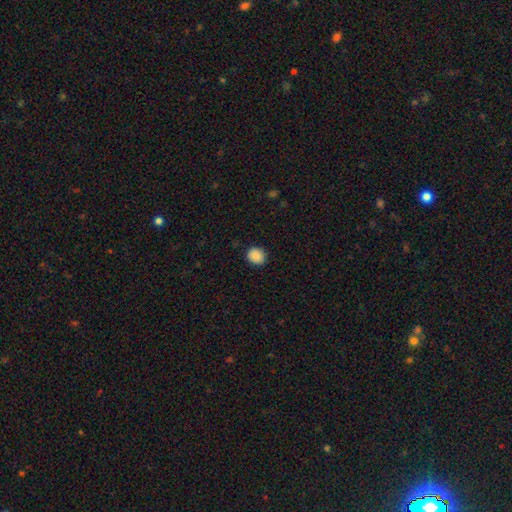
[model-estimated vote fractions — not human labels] Smooth or featured: smooth — 89% (star or artifact — 8%)
How rounded: round — 76% (in between — 23%)
Merging: none — 89% (minor disturbance — 8%)